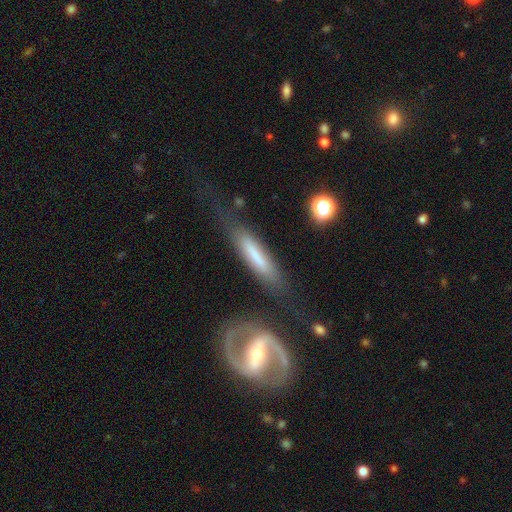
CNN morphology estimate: smooth 59%, featured or disk 35%, star or artifact 7%. Down the decision tree: how rounded — cigar-shaped (85%); merging — none (61%).